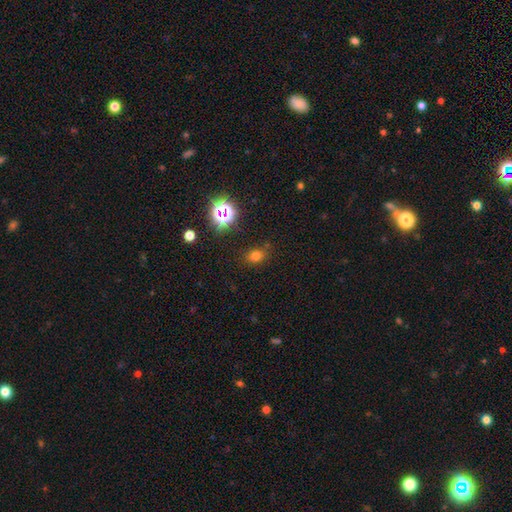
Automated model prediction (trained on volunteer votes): The model was most divided on "how rounded": in between: 57%, round: 41%, cigar-shaped: 1%. More confident: merging — none (81%); smooth or featured — smooth (69%).